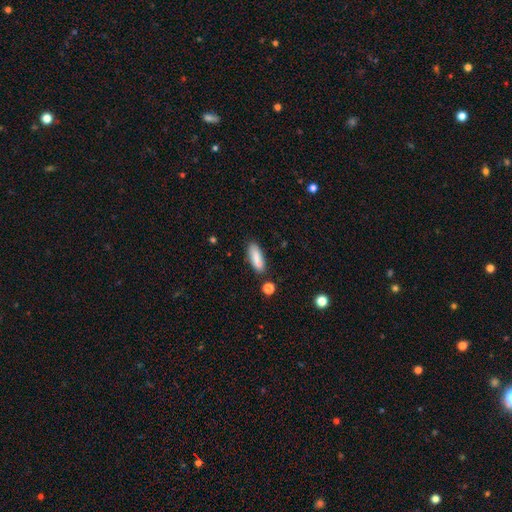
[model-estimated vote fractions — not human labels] smooth-or-featured: smooth: 84% | featured or disk: 9% | star or artifact: 7%
  how-rounded: in between: 56% | cigar-shaped: 42% | round: 2%
  merging: none: 75% | minor disturbance: 15% | merger: 6% | major disturbance: 3%